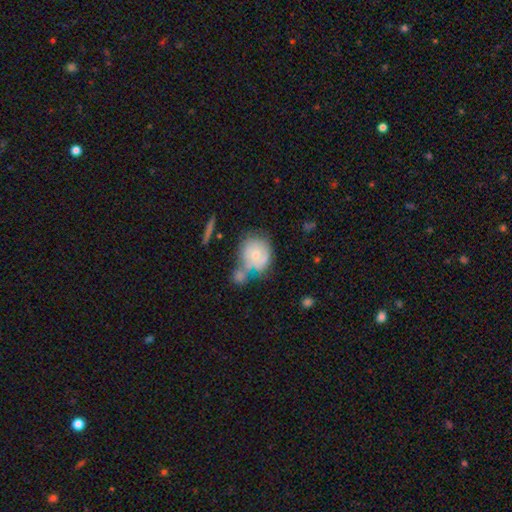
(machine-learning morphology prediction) smooth 53%, featured or disk 39%, star or artifact 8%. Down the decision tree: how rounded — round (71%); merging — merger (36%).